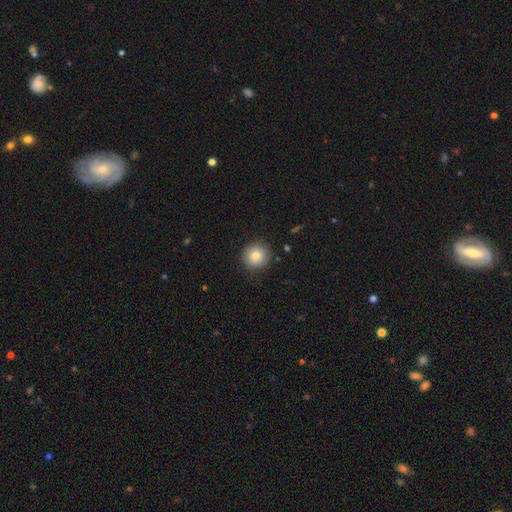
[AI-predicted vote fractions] This is clearly a smooth galaxy (81%). How rounded: clearly round (94%). Merging: clearly none (89%).